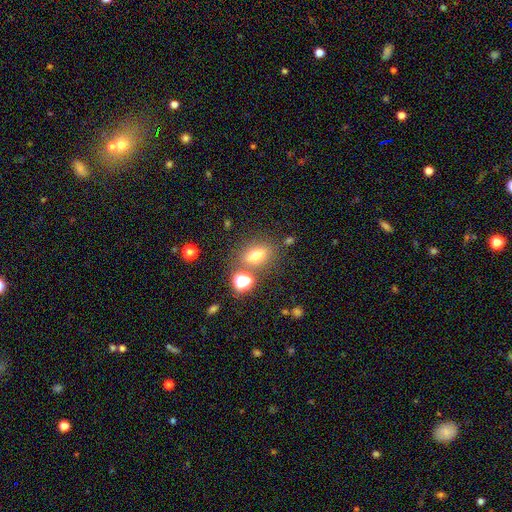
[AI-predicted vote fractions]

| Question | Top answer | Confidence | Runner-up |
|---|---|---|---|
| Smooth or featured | smooth | 67% | star or artifact (18%) |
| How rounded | in between | 67% | round (25%) |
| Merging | none | 72% | minor disturbance (13%) |